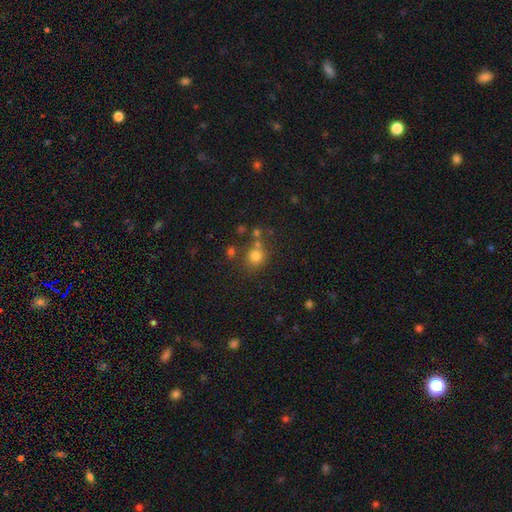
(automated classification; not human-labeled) Overall: smooth (77%). How rounded: round (87%). Merging: none (67%).